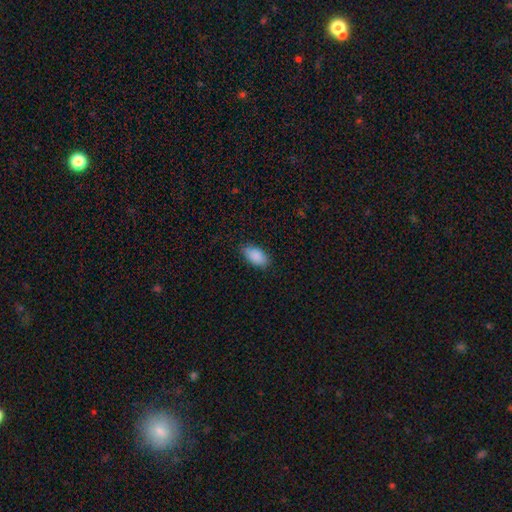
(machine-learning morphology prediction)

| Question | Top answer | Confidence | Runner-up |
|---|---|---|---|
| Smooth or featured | smooth | 89% | star or artifact (6%) |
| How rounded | in between | 93% | cigar-shaped (5%) |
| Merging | none | 84% | minor disturbance (13%) |